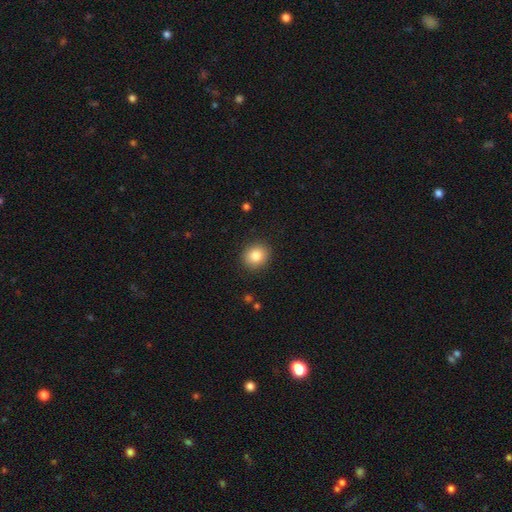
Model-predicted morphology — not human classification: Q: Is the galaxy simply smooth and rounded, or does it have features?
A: smooth — 84%.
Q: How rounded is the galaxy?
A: round — 80%.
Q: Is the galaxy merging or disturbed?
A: none — 90%.